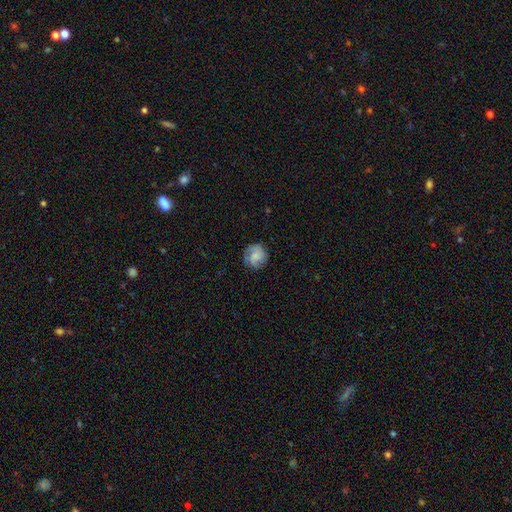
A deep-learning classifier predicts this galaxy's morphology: Smooth or featured?
  - smooth: 60% *
  - featured or disk: 32%
  - star or artifact: 8%
How rounded?
  - round: 87% *
  - in between: 12%
  - cigar-shaped: 1%
Merging?
  - none: 75% *
  - minor disturbance: 17%
  - major disturbance: 7%
  - merger: 1%